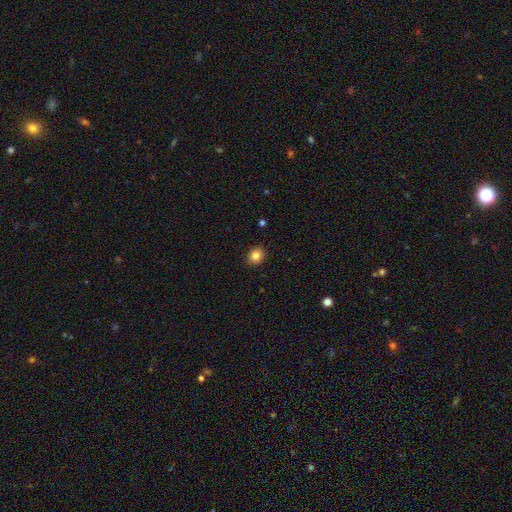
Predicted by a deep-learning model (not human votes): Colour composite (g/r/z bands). It shows a smooth galaxy with no disk features (84%) that is round (64%). Merging: none (90%).